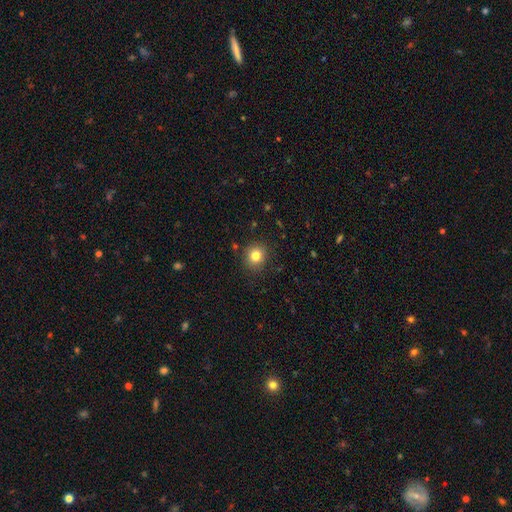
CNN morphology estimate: smooth_or_featured: smooth (p=0.81) [alt: star or artifact p=0.12]
how_rounded: round (p=0.85) [alt: in between p=0.14]
merging: none (p=0.89) [alt: minor disturbance p=0.08]